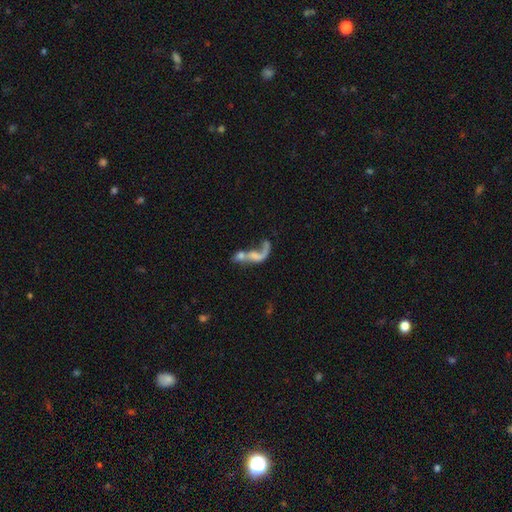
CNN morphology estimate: Smooth or featured: featured or disk — 56% (smooth — 33%)
Edge-on disk: no — 92% (yes — 8%)
Bar: no — 73% (weak — 20%)
Spiral arms: yes — 52% (no — 48%)
Bulge size: none — 51% (small — 22%)
Merging: merger — 55% (major disturbance — 23%)